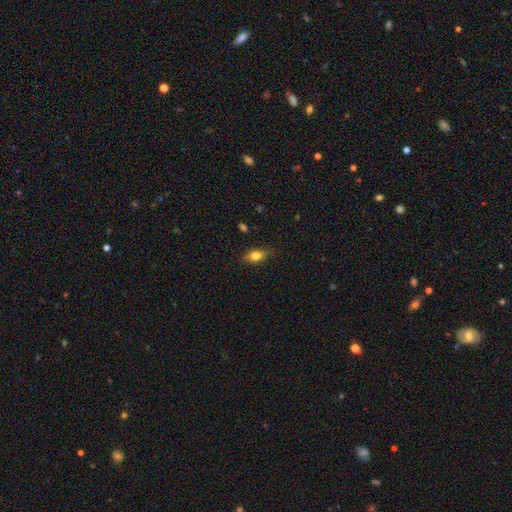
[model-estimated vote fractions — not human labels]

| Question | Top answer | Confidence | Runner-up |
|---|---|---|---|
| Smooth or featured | smooth | 77% | featured or disk (14%) |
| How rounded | in between | 80% | round (11%) |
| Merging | none | 83% | minor disturbance (13%) |